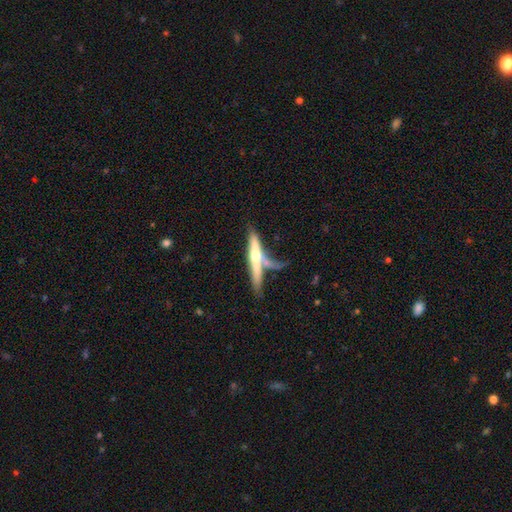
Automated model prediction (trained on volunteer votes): Smooth or featured? featured or disk (58%)
Edge-on disk? yes (90%)
Edge-on bulge? rounded (83%)
Merging? none (43%)